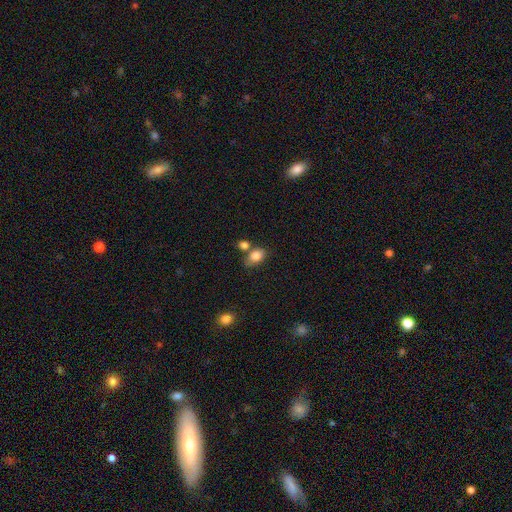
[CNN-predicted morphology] Q: Smooth or featured?
A: smooth (83%); runner-up: star or artifact (9%)
Q: How rounded?
A: in between (76%); runner-up: round (23%)
Q: Merging?
A: none (53%); runner-up: merger (25%)